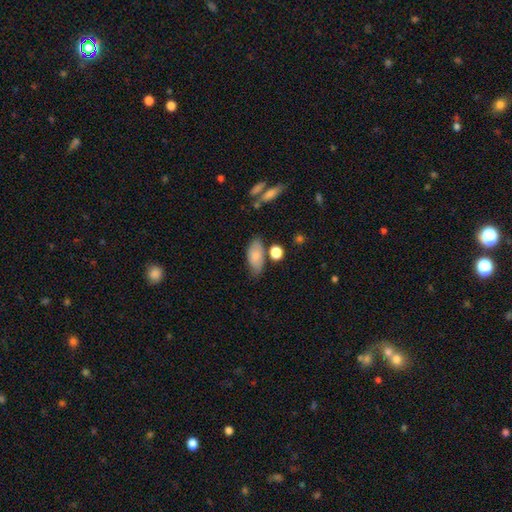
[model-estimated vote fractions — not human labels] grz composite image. It shows a smooth galaxy with no disk features (79%) that is in between round and cigar-shaped (88%). Merging: none (65%).